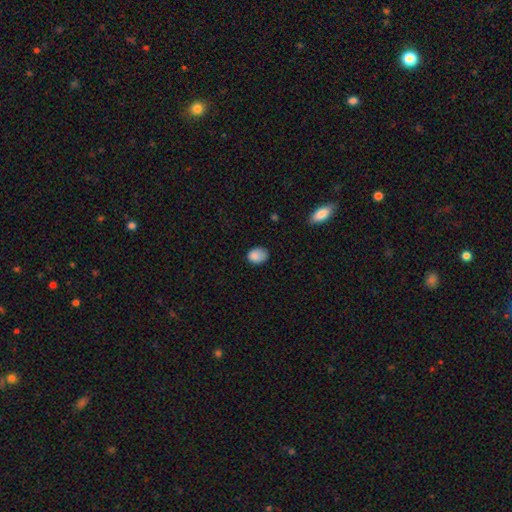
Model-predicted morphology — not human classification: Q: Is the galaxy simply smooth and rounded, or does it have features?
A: smooth — 85%.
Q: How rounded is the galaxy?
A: in between — 57%.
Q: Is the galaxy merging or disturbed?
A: none — 62%.